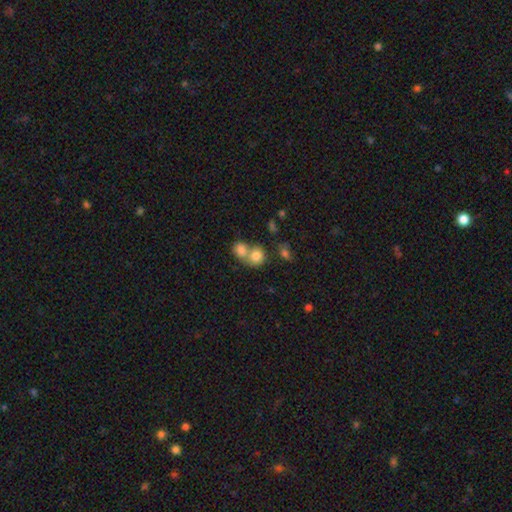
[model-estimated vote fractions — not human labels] smooth_or_featured: smooth (p=0.81) [alt: featured or disk p=0.10]
how_rounded: round (p=0.70) [alt: in between p=0.29]
merging: merger (p=0.60) [alt: none p=0.31]